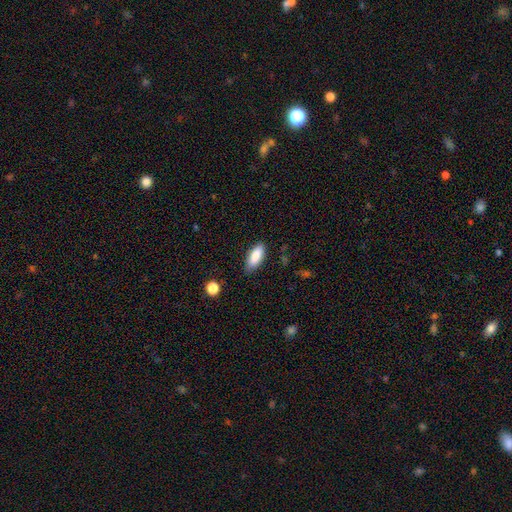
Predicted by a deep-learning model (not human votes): smooth 86%, featured or disk 8%, star or artifact 7%. Down the decision tree: how rounded — in between (81%); merging — none (82%).